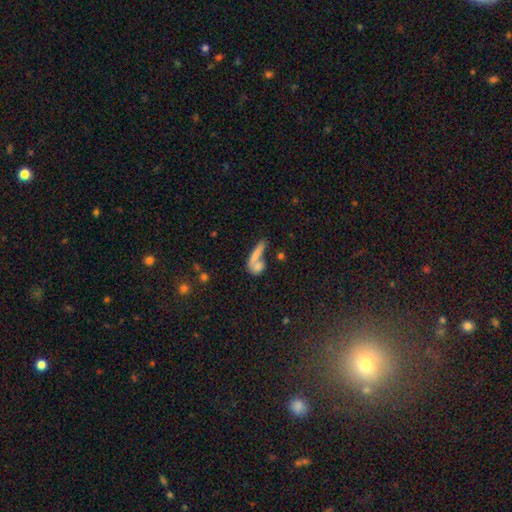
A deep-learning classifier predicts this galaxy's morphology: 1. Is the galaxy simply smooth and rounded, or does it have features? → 70% smooth, 20% featured or disk, 10% star or artifact.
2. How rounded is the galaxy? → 62% cigar-shaped, 29% in between, 9% round.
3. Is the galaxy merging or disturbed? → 45% merger, 38% none, 10% minor disturbance, 8% major disturbance.